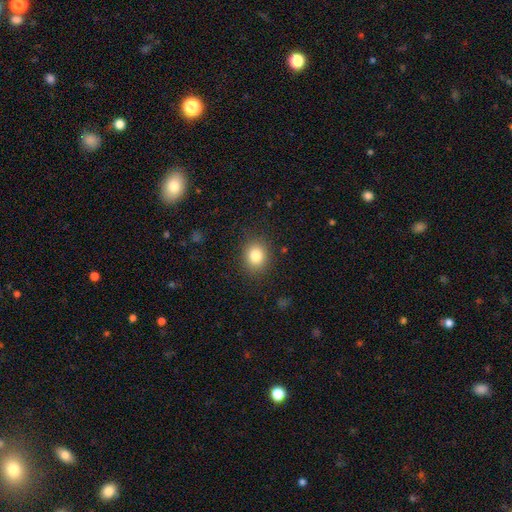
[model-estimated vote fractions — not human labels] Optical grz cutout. It shows a smooth galaxy with no disk features (82%) that is round (67%). Merging: none (86%).